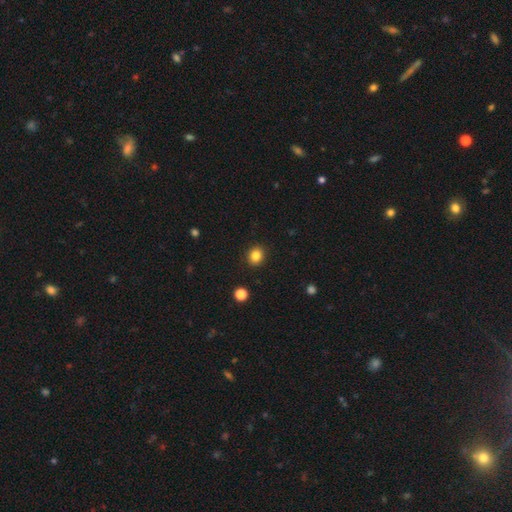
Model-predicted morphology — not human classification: A smooth galaxy with no disk features (84%) that is round (75%). Merging: none (91%).